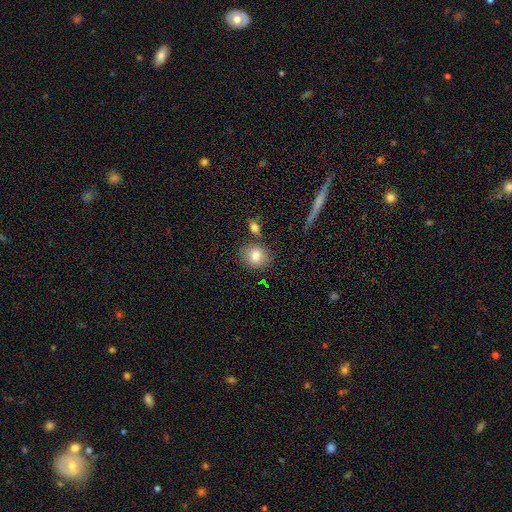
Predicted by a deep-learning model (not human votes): smooth 81%, featured or disk 10%, star or artifact 9%. Down the decision tree: how rounded — round (71%); merging — none (74%).